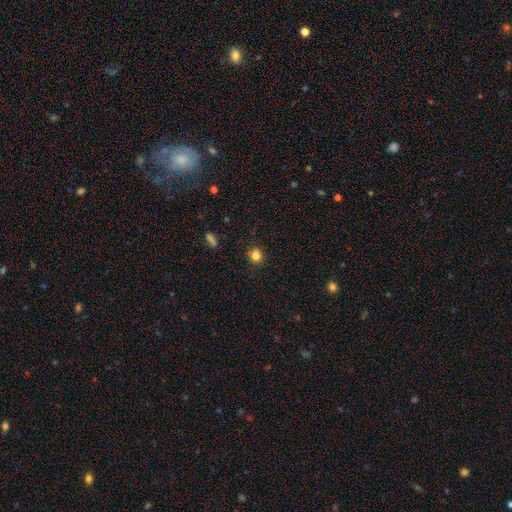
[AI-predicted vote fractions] Morphology: type=smooth (82%); roundness=round (85%); merging=none (86%).